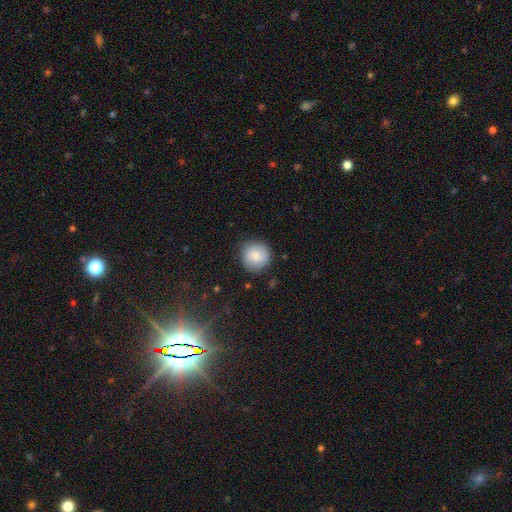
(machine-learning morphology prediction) The model was most divided on "smooth or featured": smooth: 81%, featured or disk: 11%, star or artifact: 7%. More confident: how rounded — round (92%); merging — none (85%).